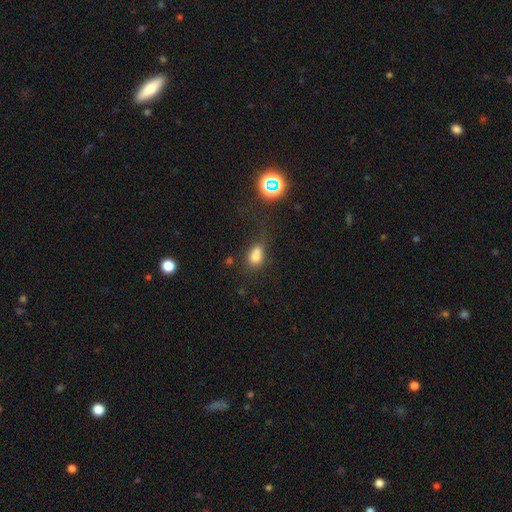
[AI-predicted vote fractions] smooth-or-featured: smooth: 71% | star or artifact: 16% | featured or disk: 14%
  how-rounded: in between: 52% | round: 46% | cigar-shaped: 2%
  merging: merger: 39% | none: 35% | minor disturbance: 16% | major disturbance: 10%